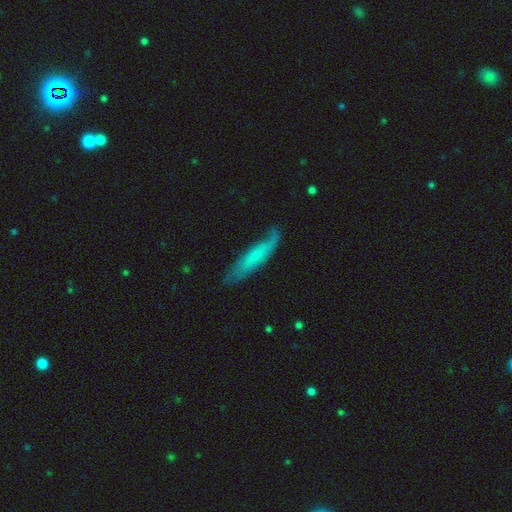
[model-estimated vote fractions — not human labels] Q: Smooth or featured?
A: smooth (55%); runner-up: featured or disk (39%)
Q: How rounded?
A: cigar-shaped (80%); runner-up: in between (19%)
Q: Merging?
A: none (62%); runner-up: minor disturbance (26%)